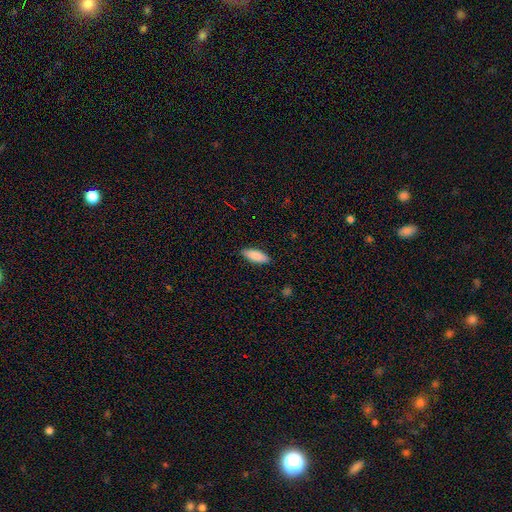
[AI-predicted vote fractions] The model was most divided on "how rounded": in between: 72%, cigar-shaped: 26%, round: 2%. More confident: merging — none (89%); smooth or featured — smooth (88%).